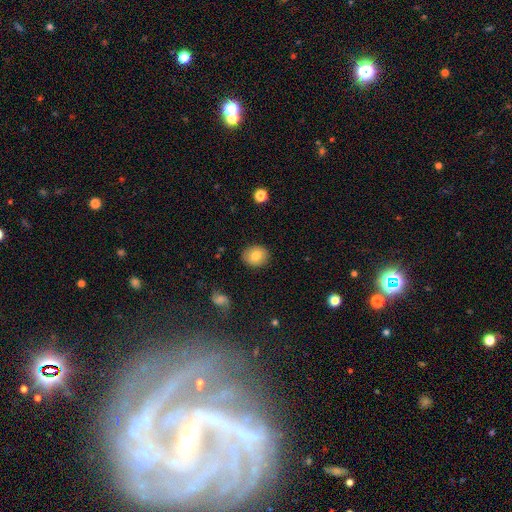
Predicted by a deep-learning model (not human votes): The model was most divided on "how rounded": round: 69%, in between: 30%, cigar-shaped: 1%. More confident: merging — none (88%); smooth or featured — smooth (81%).